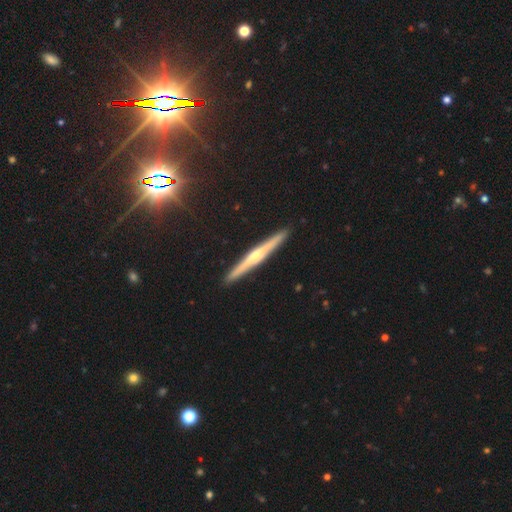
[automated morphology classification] A featured or disk galaxy (74%) viewed edge-on (98%) with a rounded central bulge (81%). Merging: none (92%).